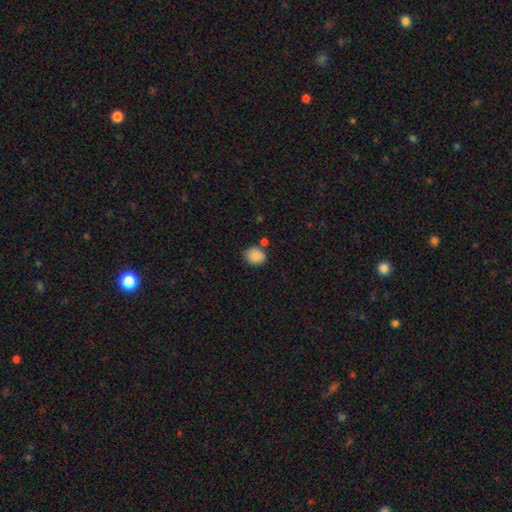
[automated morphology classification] Q: Smooth or featured?
A: smooth (87%); runner-up: star or artifact (9%)
Q: How rounded?
A: round (66%); runner-up: in between (33%)
Q: Merging?
A: none (72%); runner-up: minor disturbance (15%)